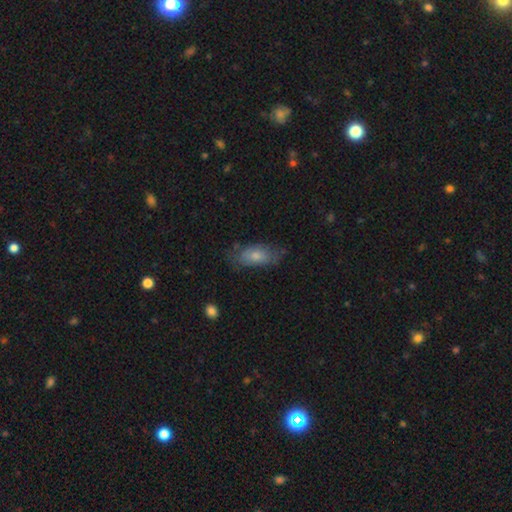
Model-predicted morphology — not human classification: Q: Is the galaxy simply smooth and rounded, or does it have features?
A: smooth — 70%.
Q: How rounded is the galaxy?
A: in between — 87%.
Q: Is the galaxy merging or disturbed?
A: none — 60%.